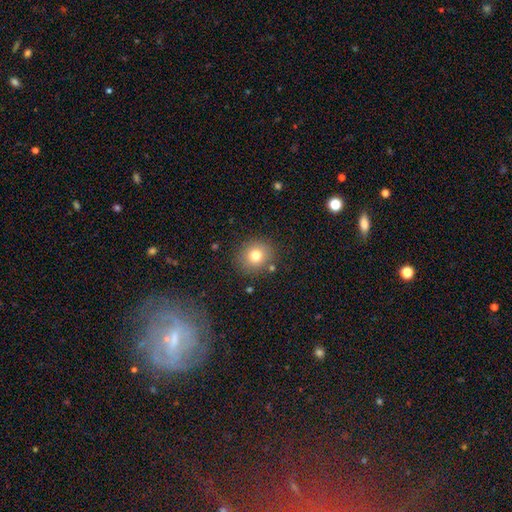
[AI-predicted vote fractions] Smooth or featured?
  - smooth: 78% *
  - star or artifact: 13%
  - featured or disk: 10%
How rounded?
  - round: 87% *
  - in between: 12%
  - cigar-shaped: 1%
Merging?
  - none: 85% *
  - minor disturbance: 9%
  - merger: 3%
  - major disturbance: 3%